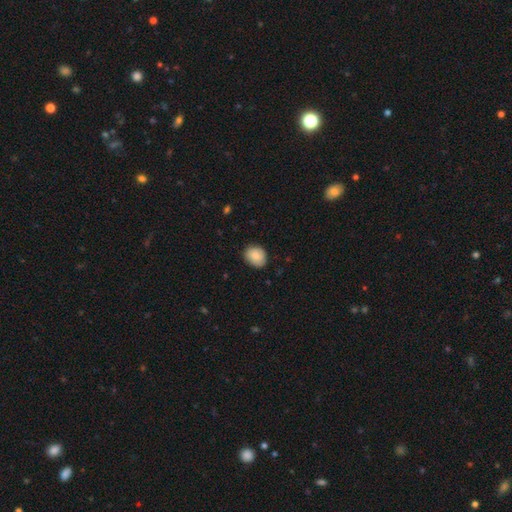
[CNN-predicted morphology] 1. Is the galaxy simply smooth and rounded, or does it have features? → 85% smooth, 8% featured or disk, 7% star or artifact.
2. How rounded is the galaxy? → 50% round, 49% in between, 1% cigar-shaped.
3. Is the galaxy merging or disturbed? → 80% none, 17% minor disturbance, 2% major disturbance, 1% merger.